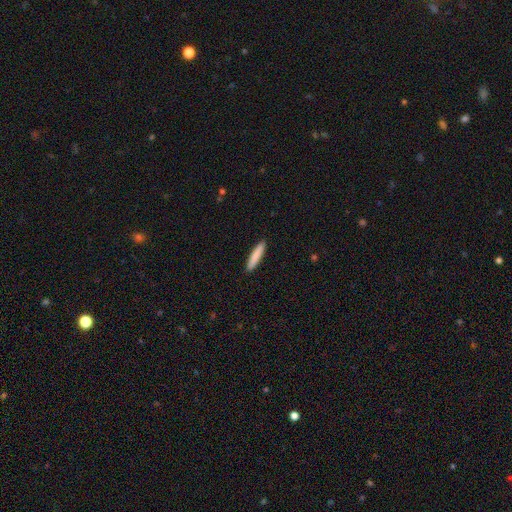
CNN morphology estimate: Overall: smooth (85%). How rounded: cigar-shaped (90%). Merging: none (92%).